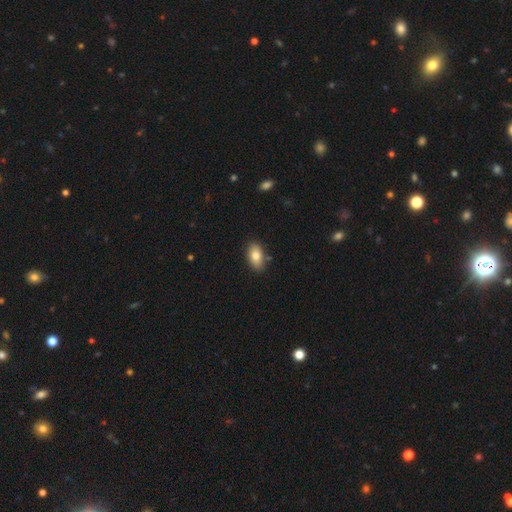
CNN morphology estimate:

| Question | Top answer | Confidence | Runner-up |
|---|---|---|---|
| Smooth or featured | smooth | 81% | featured or disk (12%) |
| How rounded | in between | 92% | round (5%) |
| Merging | none | 85% | minor disturbance (11%) |